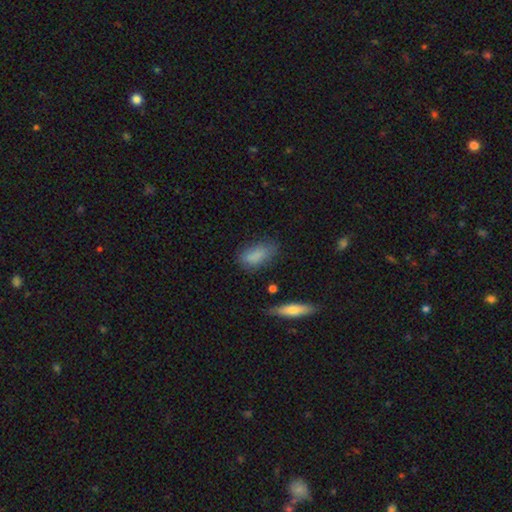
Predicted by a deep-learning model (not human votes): Smooth or featured? smooth (83%)
How rounded? in between (86%)
Merging? none (62%)